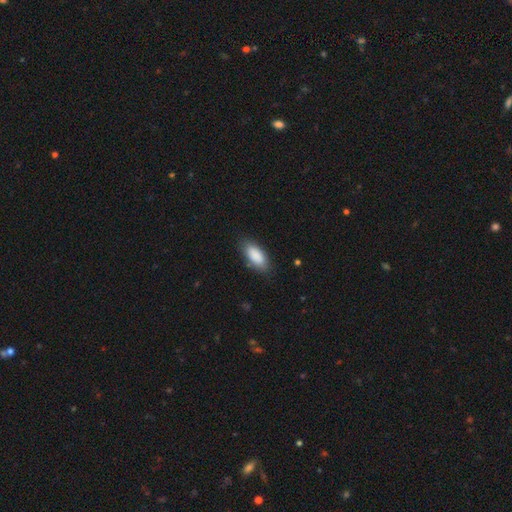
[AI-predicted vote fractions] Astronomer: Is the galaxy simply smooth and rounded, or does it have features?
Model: smooth — 89%.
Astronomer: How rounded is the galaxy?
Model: in between — 87%.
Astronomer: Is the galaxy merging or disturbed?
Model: none — 83%.